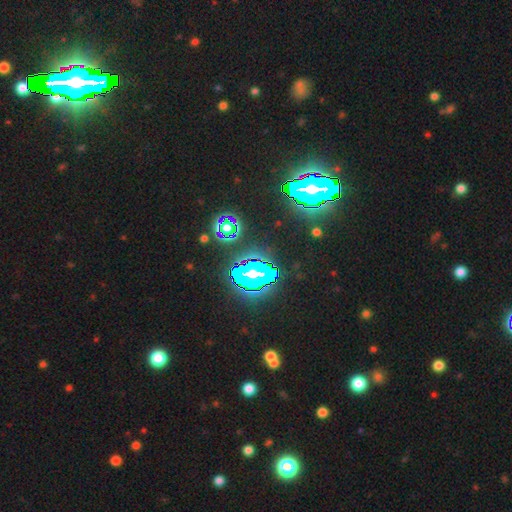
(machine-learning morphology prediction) The model was most divided on "smooth or featured": star or artifact: 82%, smooth: 11%, featured or disk: 7%.